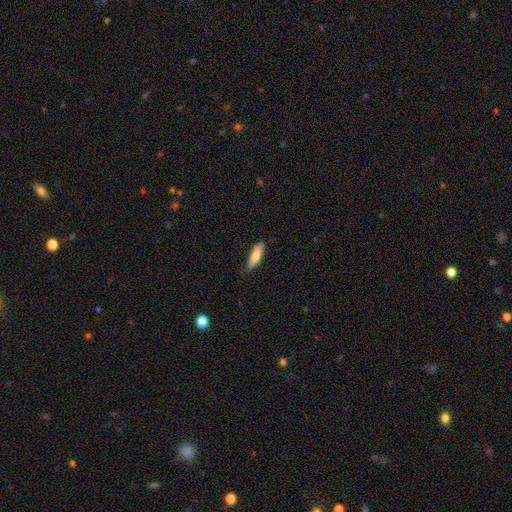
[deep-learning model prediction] smooth 69%, featured or disk 25%, star or artifact 6%. Down the decision tree: how rounded — cigar-shaped (68%); merging — none (80%).